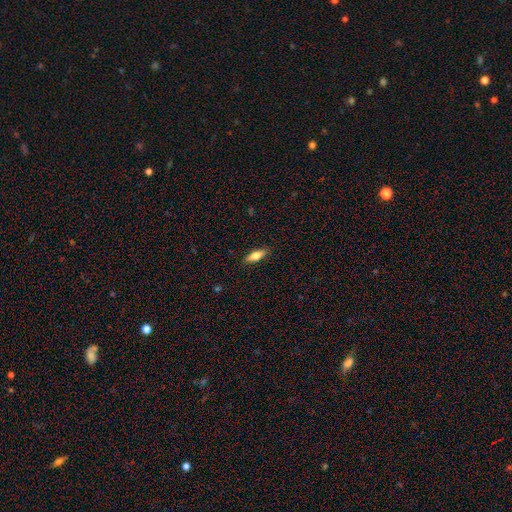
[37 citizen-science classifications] This is clearly a smooth galaxy (81%). How rounded: possibly in between (57%). Merging: clearly none (92%).